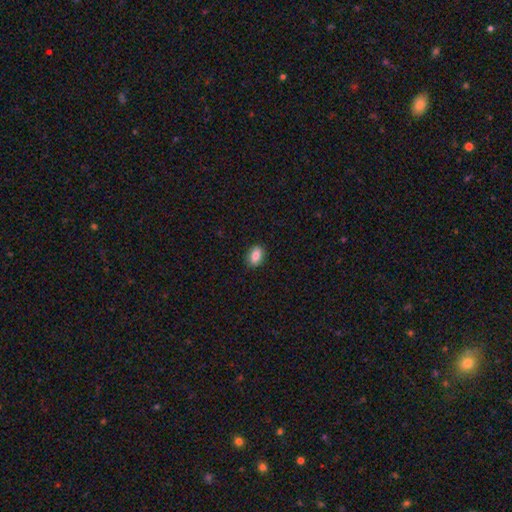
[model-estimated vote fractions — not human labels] smooth 85%, star or artifact 8%, featured or disk 7%. Down the decision tree: how rounded — in between (81%); merging — none (87%).